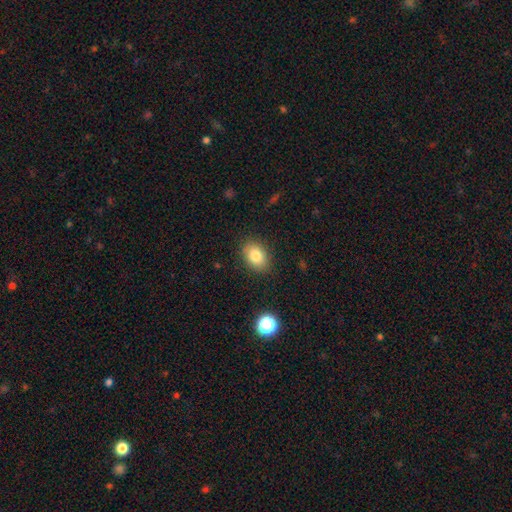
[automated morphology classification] This is clearly a smooth galaxy (82%). How rounded: likely in between (75%). Merging: clearly none (87%).